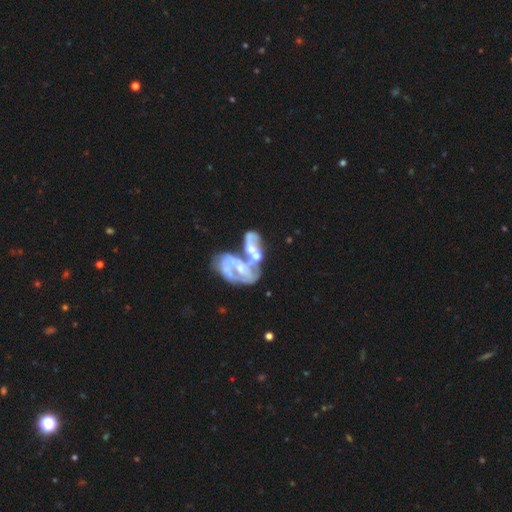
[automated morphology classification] Q: Smooth or featured?
A: featured or disk (71%); runner-up: smooth (18%)
Q: Edge-on disk?
A: no (97%); runner-up: yes (3%)
Q: Bar?
A: no (80%); runner-up: weak (15%)
Q: Spiral arms?
A: no (67%); runner-up: yes (33%)
Q: Bulge size?
A: moderate (41%); runner-up: none (26%)
Q: Merging?
A: merger (68%); runner-up: major disturbance (17%)